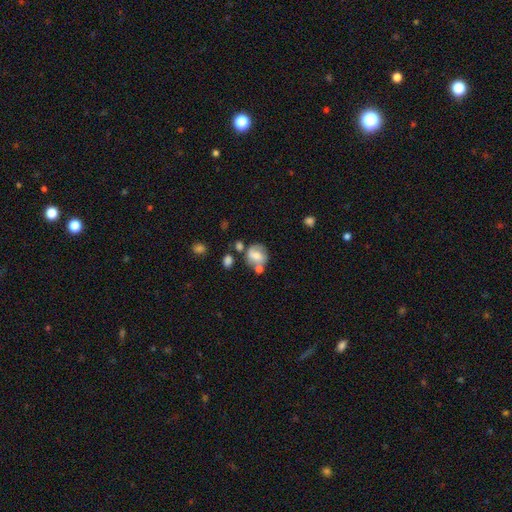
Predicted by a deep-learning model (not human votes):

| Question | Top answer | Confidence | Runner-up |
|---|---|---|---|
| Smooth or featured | smooth | 60% | featured or disk (31%) |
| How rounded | round | 66% | in between (32%) |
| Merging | none | 49% | merger (21%) |